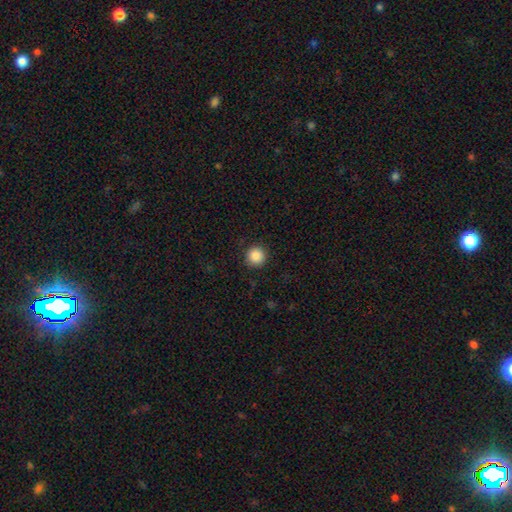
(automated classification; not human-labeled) Smooth or featured? smooth (88%)
How rounded? round (95%)
Merging? none (92%)